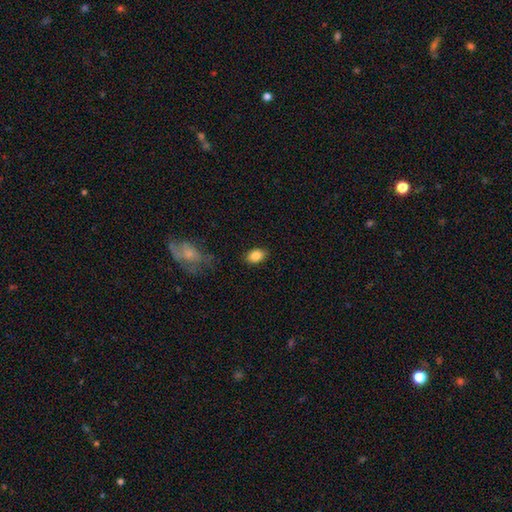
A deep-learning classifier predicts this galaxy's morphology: Overall: smooth (85%). How rounded: in between (85%). Merging: none (86%).